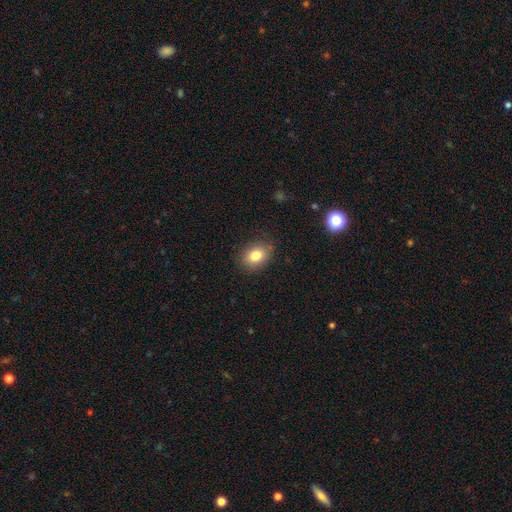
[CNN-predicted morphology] A smooth galaxy with no disk features (81%) that is in between round and cigar-shaped (64%).

Vote fractions:
- Smooth or featured? smooth: 81% / star or artifact: 9% / featured or disk: 9%
- How rounded? in between: 64% / round: 35% / cigar-shaped: 1%
- Merging? none: 84% / minor disturbance: 12% / major disturbance: 3% / merger: 1%